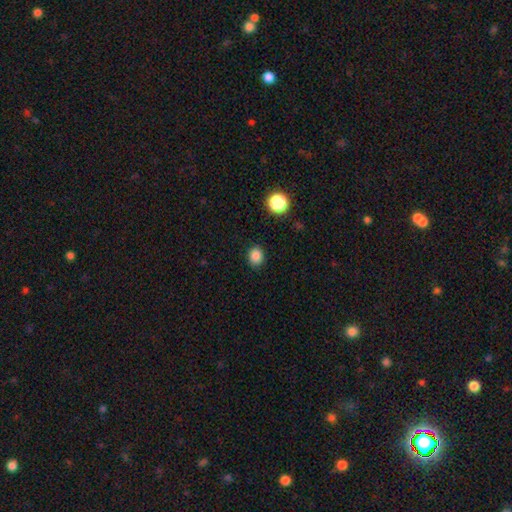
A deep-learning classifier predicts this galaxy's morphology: smooth_or_featured: smooth (p=0.85) [alt: star or artifact p=0.12]
how_rounded: round (p=0.68) [alt: in between p=0.32]
merging: none (p=0.89) [alt: minor disturbance p=0.08]